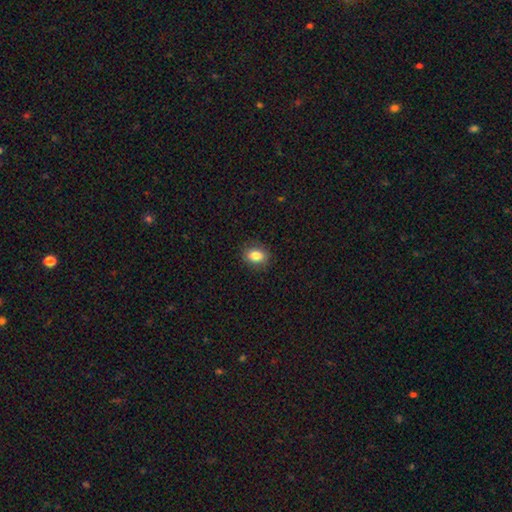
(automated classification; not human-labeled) Q: Smooth or featured?
A: smooth (84%); runner-up: star or artifact (9%)
Q: How rounded?
A: in between (72%); runner-up: round (26%)
Q: Merging?
A: none (87%); runner-up: minor disturbance (9%)